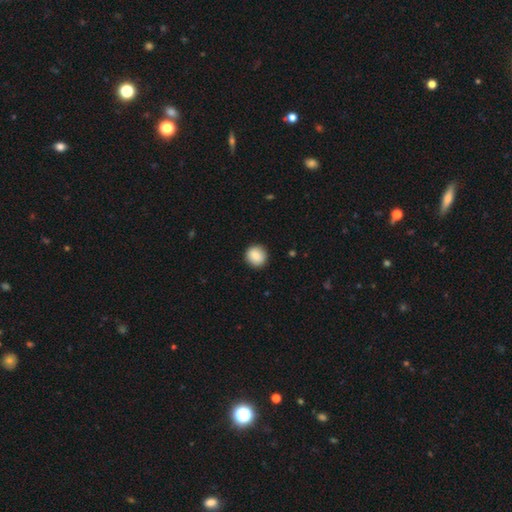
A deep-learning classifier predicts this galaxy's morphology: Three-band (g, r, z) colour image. It shows a smooth galaxy with no disk features (87%) that is round (91%). Merging: none (91%).